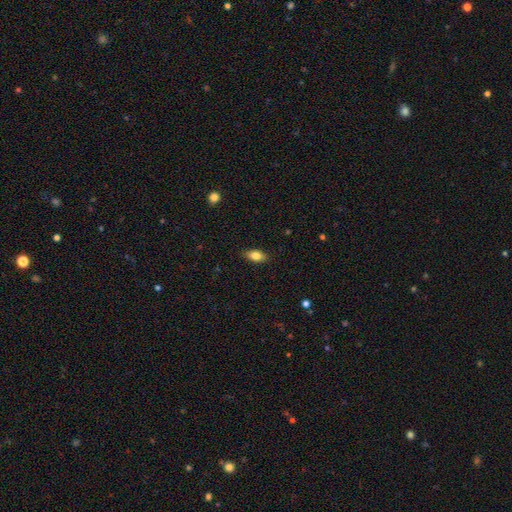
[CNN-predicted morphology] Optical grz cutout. It shows a smooth galaxy with no disk features (81%) that is in between round and cigar-shaped (87%). Merging: none (88%).